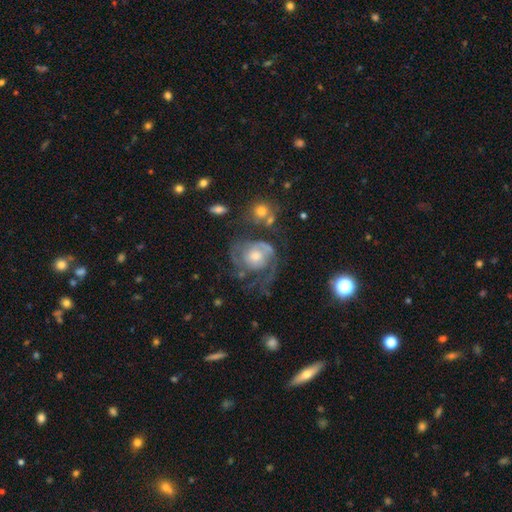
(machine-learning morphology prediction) This appears to be a featured or disk galaxy (78%) with no bar (77%), 2 (38%) tight (48%) spiral arms (87%) and a moderate central bulge (58%). Merging: none (49%).